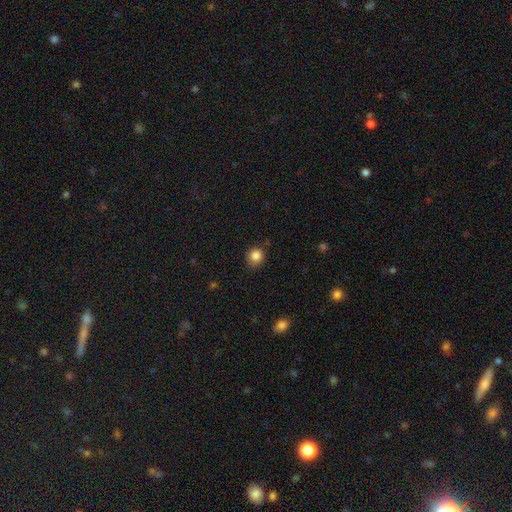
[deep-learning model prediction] Morphology: type=smooth (85%); roundness=round (87%); merging=none (81%).